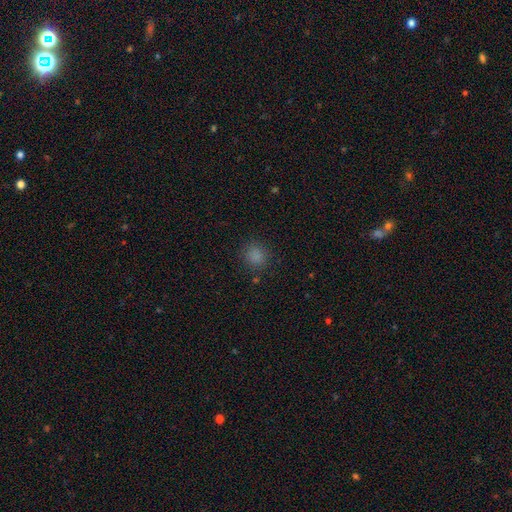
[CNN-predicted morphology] Q: Smooth or featured?
A: smooth (82%); runner-up: star or artifact (14%)
Q: How rounded?
A: round (84%); runner-up: in between (15%)
Q: Merging?
A: none (85%); runner-up: minor disturbance (10%)